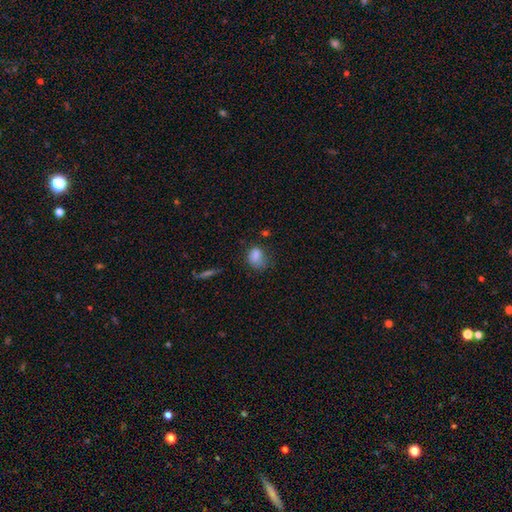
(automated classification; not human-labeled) The model was most divided on "merging": none: 42%, minor disturbance: 31%, major disturbance: 22%, merger: 6%. More confident: smooth or featured — smooth (77%); how rounded — in between (61%).